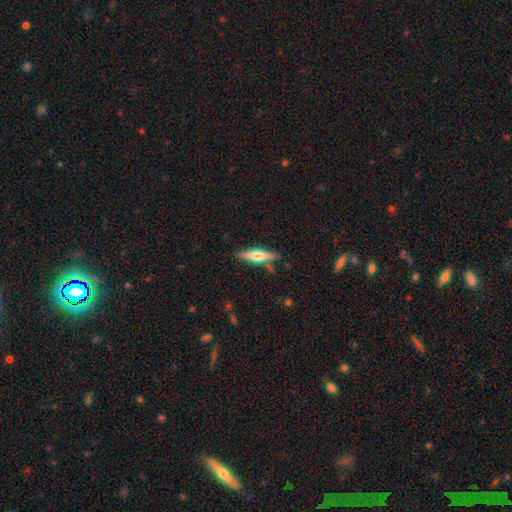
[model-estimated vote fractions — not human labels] featured or disk 48%, smooth 46%, star or artifact 6%. Down the decision tree: merging — none (81%).